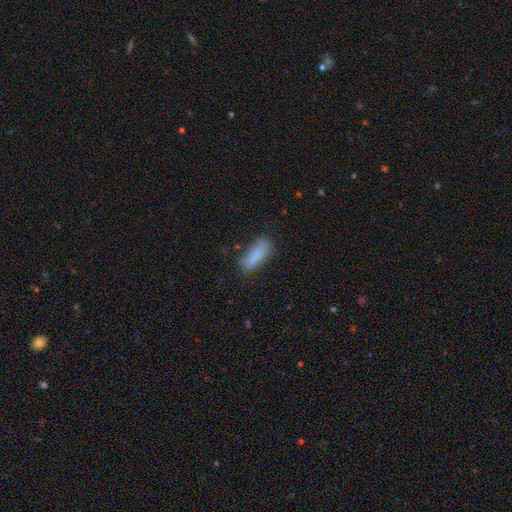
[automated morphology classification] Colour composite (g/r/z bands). It shows a smooth galaxy with no disk features (85%) that is in between round and cigar-shaped (60%). Merging: none (72%).